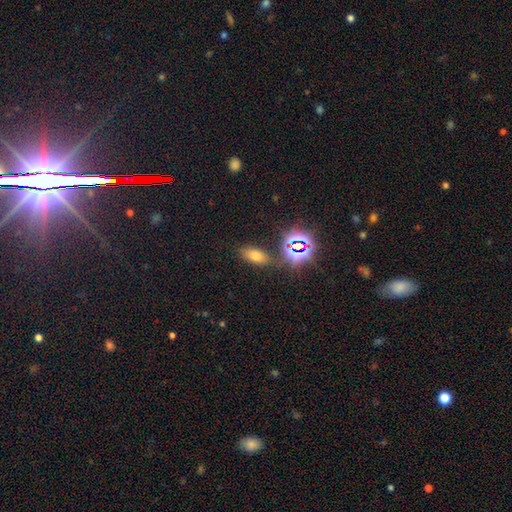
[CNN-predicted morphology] This appears to be a smooth galaxy with no disk features (62%) that is in between round and cigar-shaped (84%). Merging: none (80%).